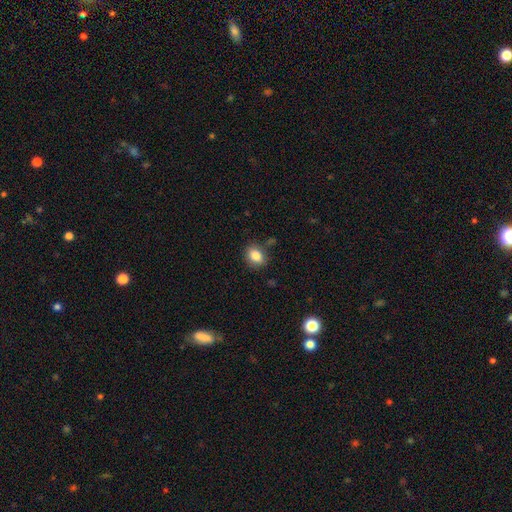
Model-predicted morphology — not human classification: Smooth or featured? smooth (84%)
How rounded? in between (55%)
Merging? none (81%)